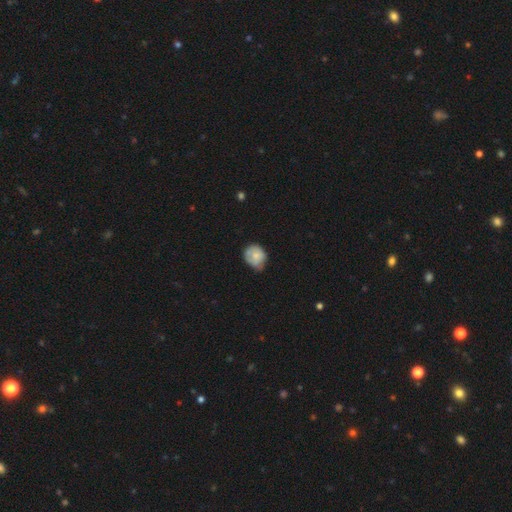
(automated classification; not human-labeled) This is likely a smooth galaxy (70%). How rounded: likely round (61%). Merging: possibly none (46%).